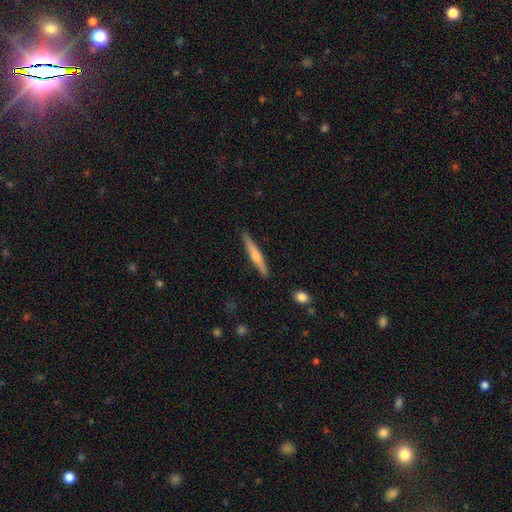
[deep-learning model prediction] Overall: featured or disk (49%; smooth 45%). Merging: none (88%).